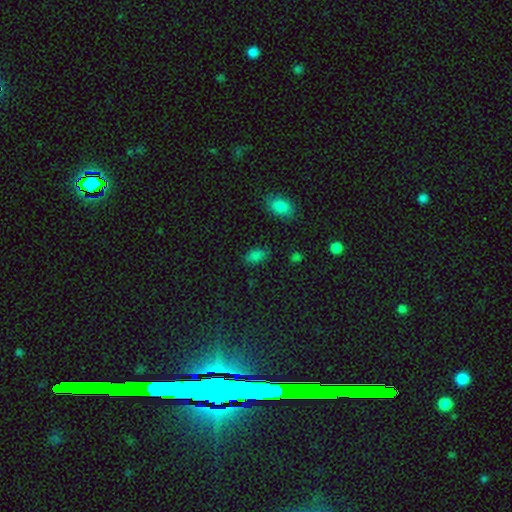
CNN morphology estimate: Smooth or featured?
  - smooth: 78% *
  - star or artifact: 17%
  - featured or disk: 5%
How rounded?
  - in between: 90% *
  - round: 8%
  - cigar-shaped: 2%
Merging?
  - none: 77% *
  - minor disturbance: 16%
  - major disturbance: 4%
  - merger: 3%